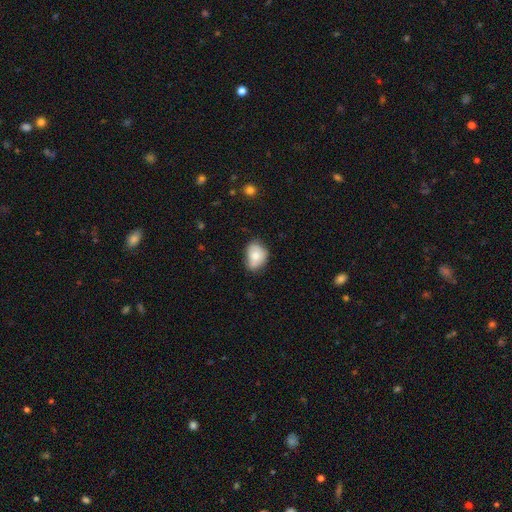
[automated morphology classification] The model was most divided on "merging": none: 51%, minor disturbance: 36%, major disturbance: 8%, merger: 5%. More confident: smooth or featured — smooth (75%); how rounded — in between (65%).